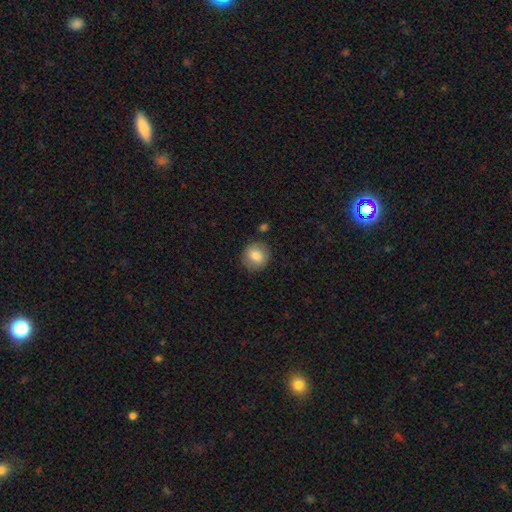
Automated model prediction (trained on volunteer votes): smooth 82%, featured or disk 10%, star or artifact 8%. Down the decision tree: how rounded — round (85%); merging — none (85%).